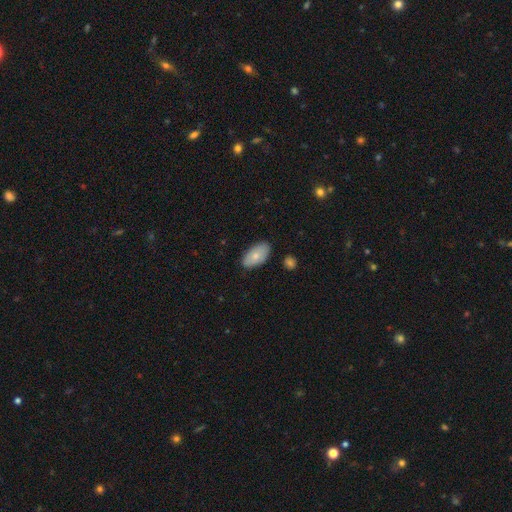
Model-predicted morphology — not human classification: type=smooth (76%); roundness=in between (94%); merging=none (83%).